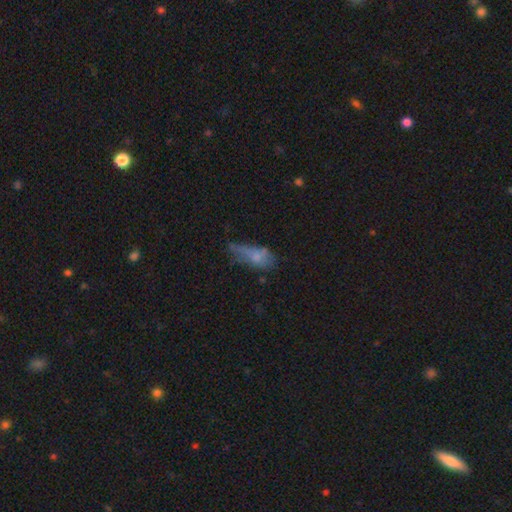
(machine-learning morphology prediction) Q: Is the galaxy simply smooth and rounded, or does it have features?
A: smooth — 58%.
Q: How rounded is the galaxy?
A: in between — 73%.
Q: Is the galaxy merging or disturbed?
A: major disturbance — 36%.